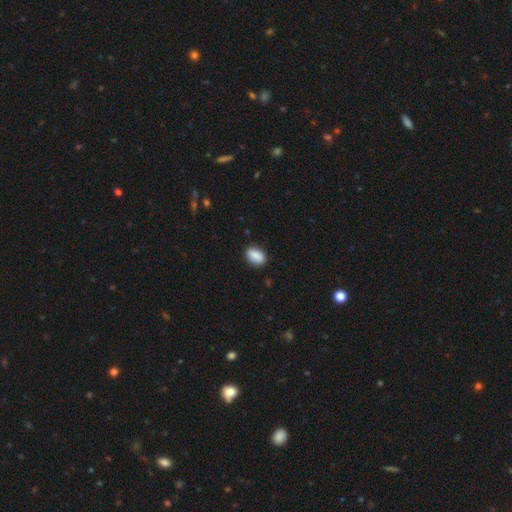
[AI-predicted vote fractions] This appears to be a smooth galaxy with no disk features (87%) that is in between round and cigar-shaped (86%). Merging: none (86%).